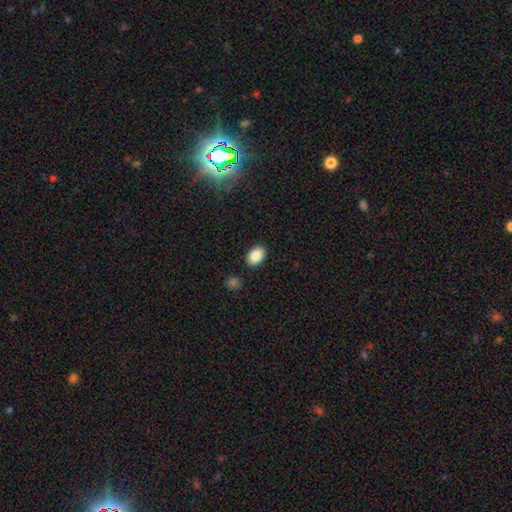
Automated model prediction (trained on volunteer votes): Smooth or featured?
  - smooth: 88% *
  - star or artifact: 7%
  - featured or disk: 5%
How rounded?
  - in between: 86% *
  - round: 12%
  - cigar-shaped: 1%
Merging?
  - none: 88% *
  - minor disturbance: 8%
  - major disturbance: 2%
  - merger: 2%